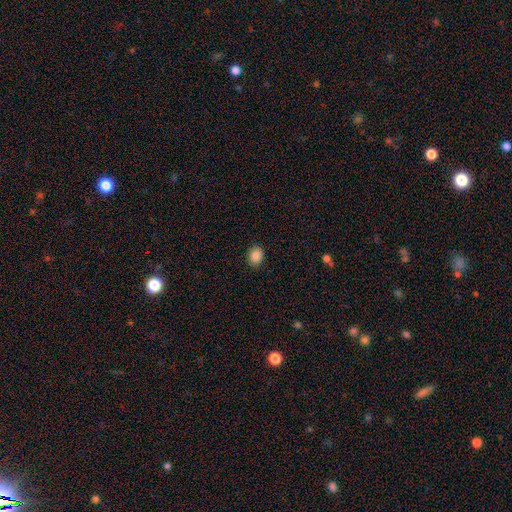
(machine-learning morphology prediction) Q: Smooth or featured?
A: smooth (87%); runner-up: star or artifact (9%)
Q: How rounded?
A: in between (59%); runner-up: round (40%)
Q: Merging?
A: none (89%); runner-up: minor disturbance (8%)